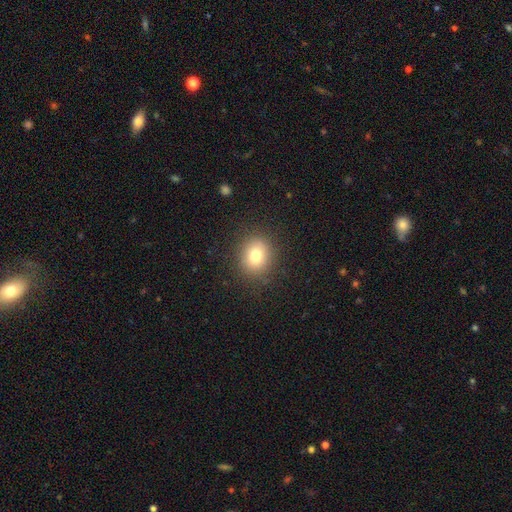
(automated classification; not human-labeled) Overall: smooth (78%). How rounded: round (73%). Merging: none (87%).